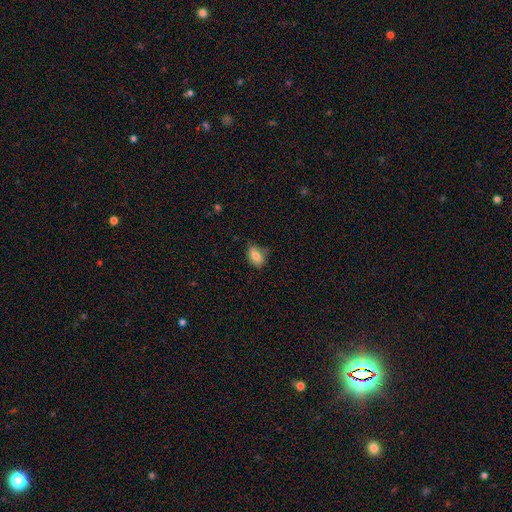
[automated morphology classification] smooth-or-featured: smooth: 83% | featured or disk: 9% | star or artifact: 8%
  how-rounded: in between: 85% | round: 13% | cigar-shaped: 3%
  merging: none: 67% | minor disturbance: 25% | major disturbance: 5% | merger: 3%